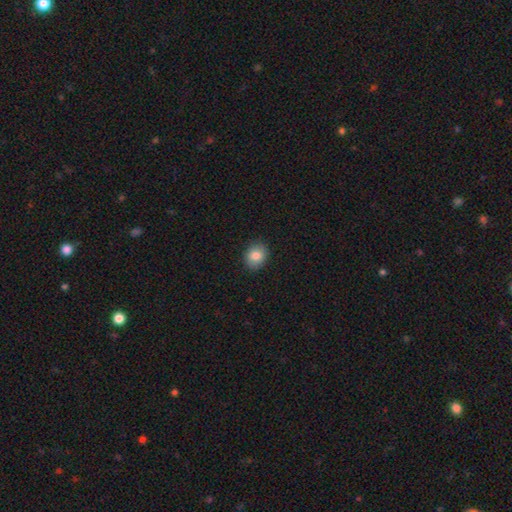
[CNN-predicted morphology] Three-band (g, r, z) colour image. It shows a smooth galaxy with no disk features (83%) that is round (57%). Merging: none (89%).